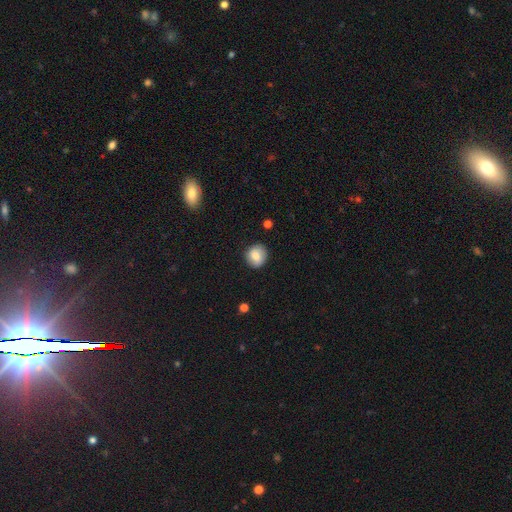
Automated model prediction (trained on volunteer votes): smooth_or_featured: smooth (p=0.77) [alt: featured or disk p=0.14]
how_rounded: round (p=0.85) [alt: in between p=0.14]
merging: none (p=0.87) [alt: minor disturbance p=0.10]